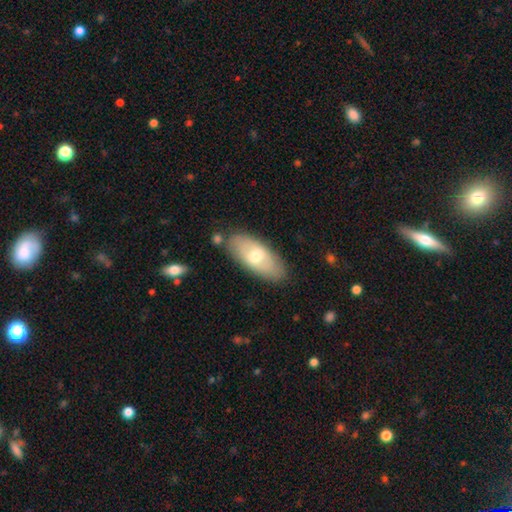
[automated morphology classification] The model was most divided on "smooth or featured": smooth: 59%, featured or disk: 35%, star or artifact: 6%. More confident: how rounded — in between (86%); merging — none (82%).